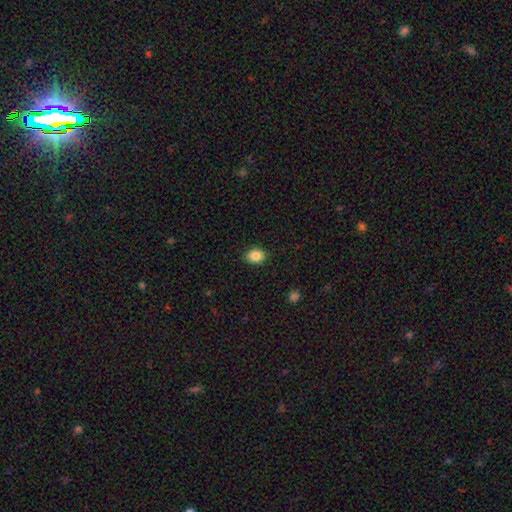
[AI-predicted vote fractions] Q: Smooth or featured?
A: smooth (86%); runner-up: star or artifact (9%)
Q: How rounded?
A: in between (57%); runner-up: round (42%)
Q: Merging?
A: none (89%); runner-up: minor disturbance (8%)